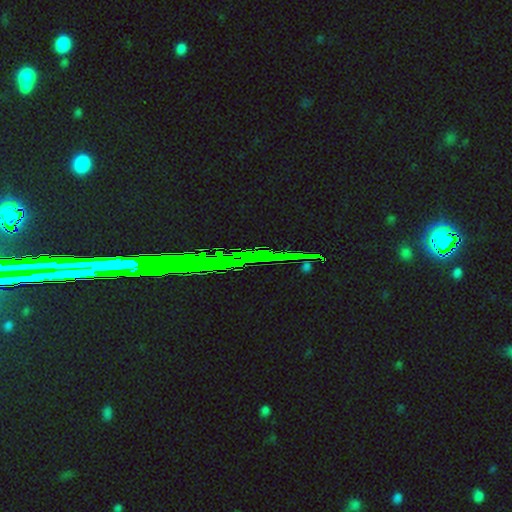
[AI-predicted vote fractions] This is likely a star or artifact rather than a galaxy (76%).